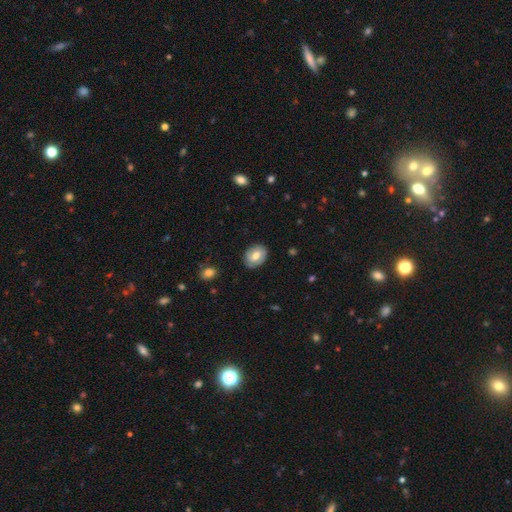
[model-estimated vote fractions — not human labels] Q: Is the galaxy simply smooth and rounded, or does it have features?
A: smooth — 59%.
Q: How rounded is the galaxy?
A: in between — 63%.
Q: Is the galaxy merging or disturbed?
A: none — 81%.